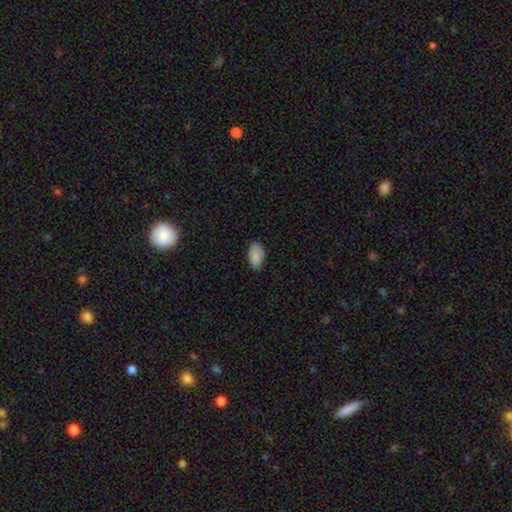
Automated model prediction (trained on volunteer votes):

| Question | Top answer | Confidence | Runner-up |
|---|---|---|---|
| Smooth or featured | smooth | 87% | star or artifact (7%) |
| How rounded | in between | 94% | round (4%) |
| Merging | none | 81% | minor disturbance (16%) |